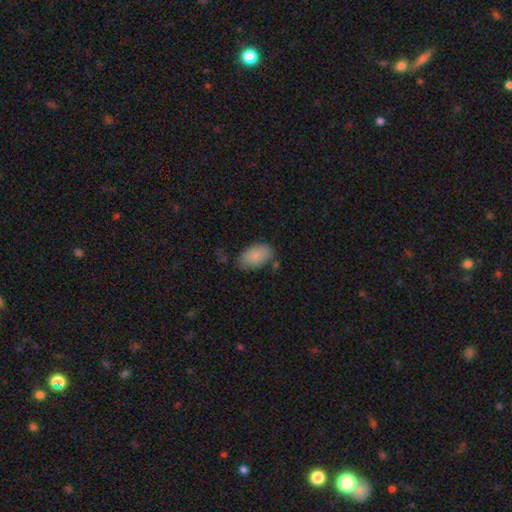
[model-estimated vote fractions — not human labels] Smooth or featured: smooth — 85% (featured or disk — 8%)
How rounded: in between — 93% (round — 6%)
Merging: none — 70% (minor disturbance — 21%)